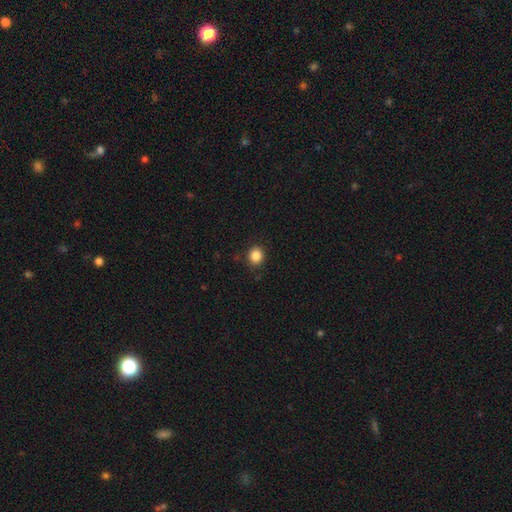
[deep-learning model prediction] Smooth or featured?
  - smooth: 86% *
  - star or artifact: 11%
  - featured or disk: 4%
How rounded?
  - round: 81% *
  - in between: 18%
  - cigar-shaped: 1%
Merging?
  - none: 88% *
  - minor disturbance: 8%
  - major disturbance: 2%
  - merger: 1%